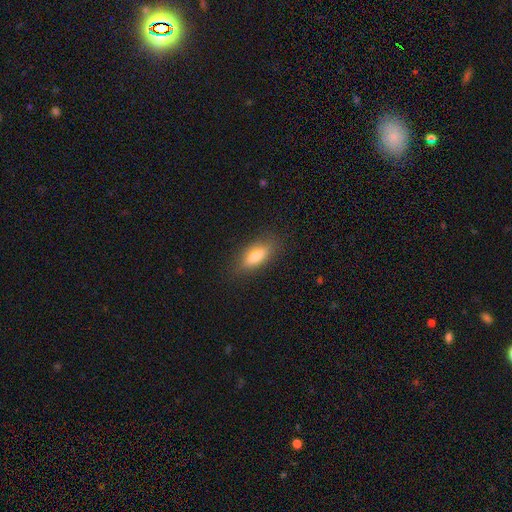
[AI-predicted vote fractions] Smooth or featured? smooth (75%)
How rounded? in between (66%)
Merging? none (83%)